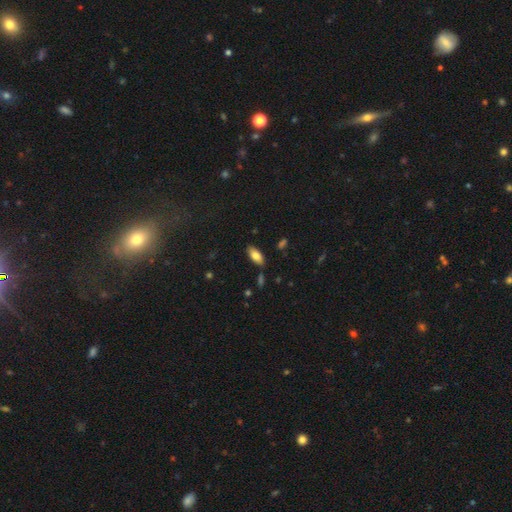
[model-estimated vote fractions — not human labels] This appears to be a smooth galaxy with no disk features (80%) that is in between round and cigar-shaped (90%). Merging: none (81%).